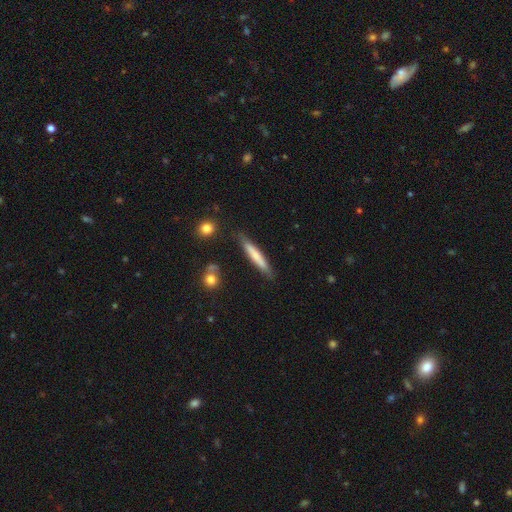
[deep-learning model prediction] A smooth galaxy with no disk features (67%) that is cigar-shaped (93%). Merging: none (85%).